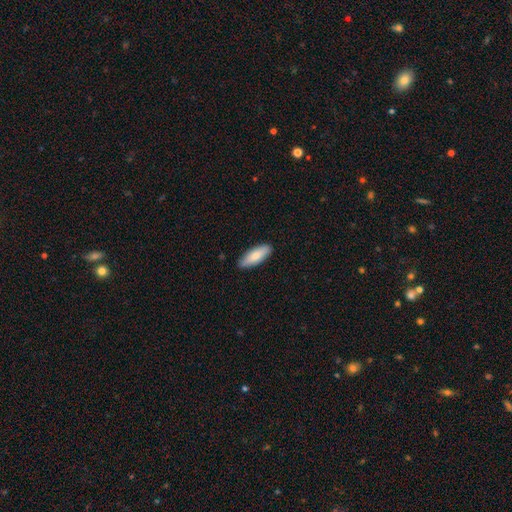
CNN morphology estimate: Overall: smooth (79%). How rounded: in between (69%; cigar-shaped 30%). Merging: none (88%).